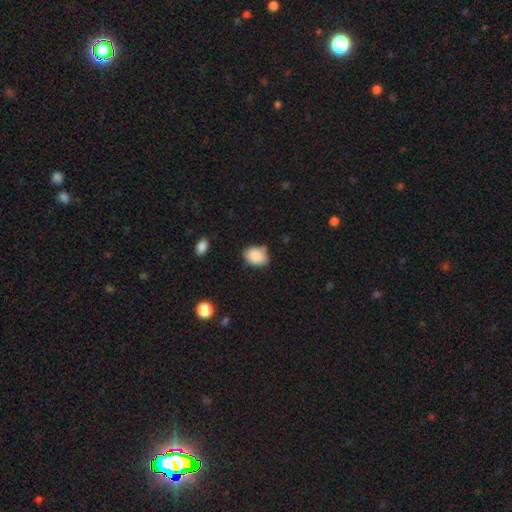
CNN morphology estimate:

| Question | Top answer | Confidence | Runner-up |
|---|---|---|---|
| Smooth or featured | smooth | 88% | star or artifact (8%) |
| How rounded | in between | 72% | round (27%) |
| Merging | none | 71% | minor disturbance (21%) |